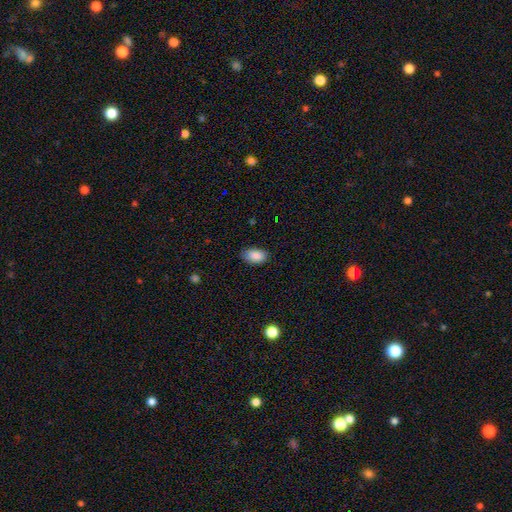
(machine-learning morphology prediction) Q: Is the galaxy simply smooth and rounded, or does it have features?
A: smooth — 88%.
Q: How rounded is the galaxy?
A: in between — 92%.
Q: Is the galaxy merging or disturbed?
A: none — 83%.